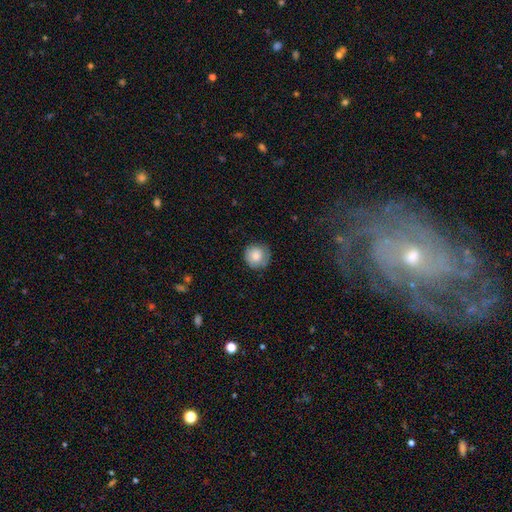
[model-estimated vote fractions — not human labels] Q: Smooth or featured?
A: smooth (81%); runner-up: featured or disk (11%)
Q: How rounded?
A: round (94%); runner-up: in between (5%)
Q: Merging?
A: none (79%); runner-up: minor disturbance (16%)